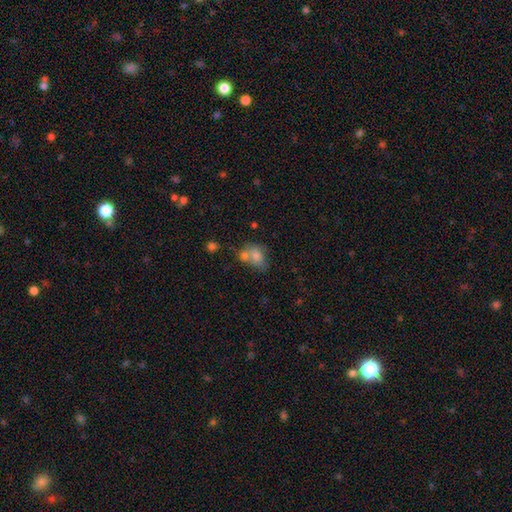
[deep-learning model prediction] Overall: smooth (75%). How rounded: in between (64%; round 34%). Merging: merger (47%; none 31%).